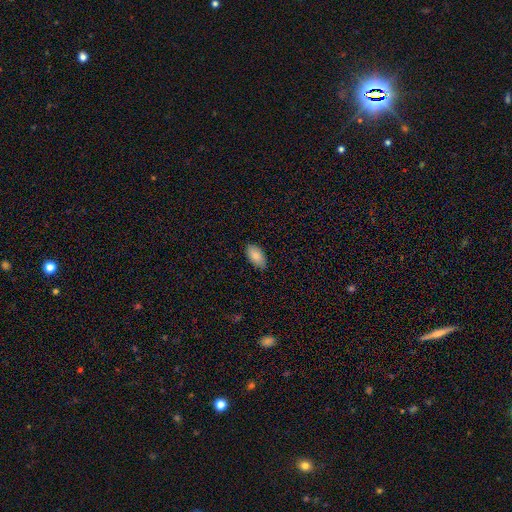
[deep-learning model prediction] A smooth galaxy with no disk features (87%) that is in between round and cigar-shaped (95%).

Vote fractions:
- Smooth or featured? smooth: 87% / featured or disk: 7% / star or artifact: 7%
- How rounded? in between: 95% / round: 3% / cigar-shaped: 2%
- Merging? none: 86% / minor disturbance: 11% / major disturbance: 2% / merger: 1%